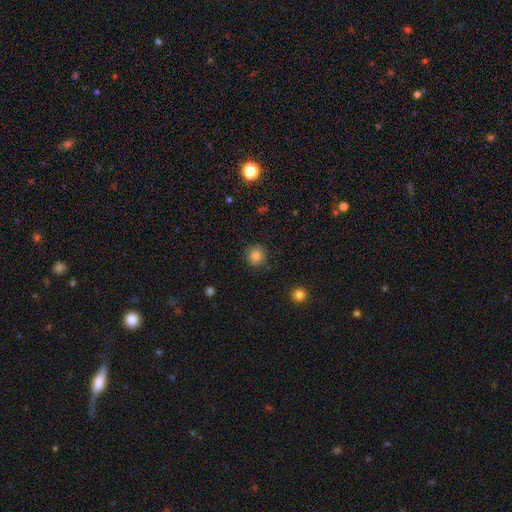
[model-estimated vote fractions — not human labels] The model was most divided on "smooth or featured": smooth: 84%, star or artifact: 11%, featured or disk: 5%. More confident: how rounded — round (93%); merging — none (88%).